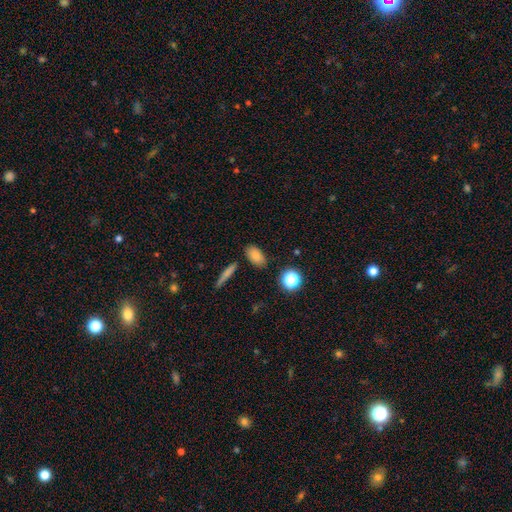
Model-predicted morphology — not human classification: Smooth or featured: smooth — 81% (star or artifact — 11%)
How rounded: in between — 85% (round — 11%)
Merging: none — 83% (minor disturbance — 10%)